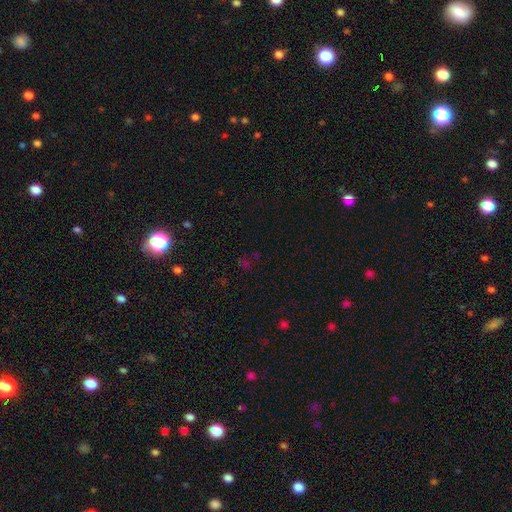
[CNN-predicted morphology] smooth_or_featured: star or artifact (p=0.57) [alt: smooth p=0.34]